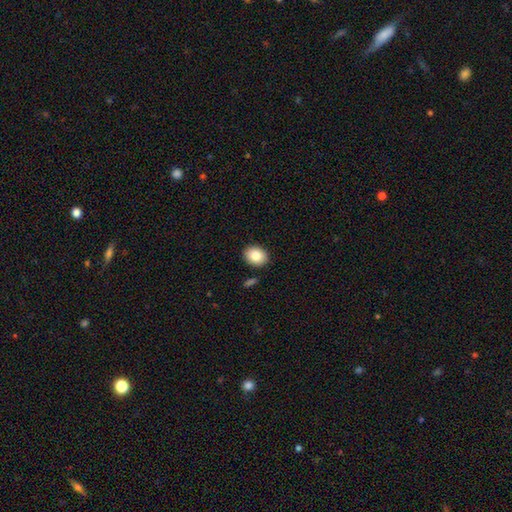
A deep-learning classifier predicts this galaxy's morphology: The model was most divided on "how rounded": in between: 55%, round: 44%, cigar-shaped: 1%. More confident: merging — none (89%); smooth or featured — smooth (84%).